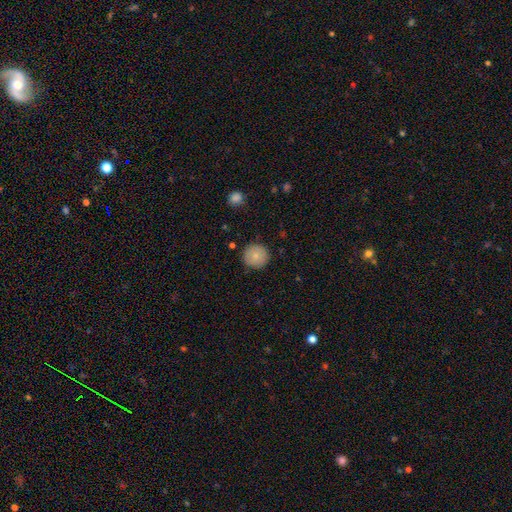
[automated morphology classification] smooth_or_featured: smooth (p=0.82) [alt: featured or disk p=0.10]
how_rounded: round (p=0.95) [alt: in between p=0.04]
merging: none (p=0.90) [alt: minor disturbance p=0.07]